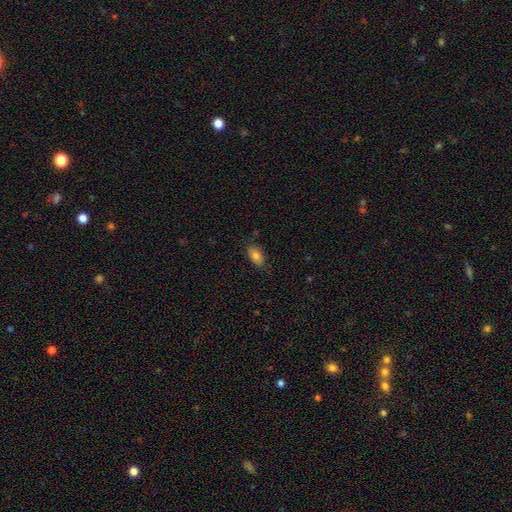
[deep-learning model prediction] Overall: smooth (84%). How rounded: in between (92%). Merging: none (80%).